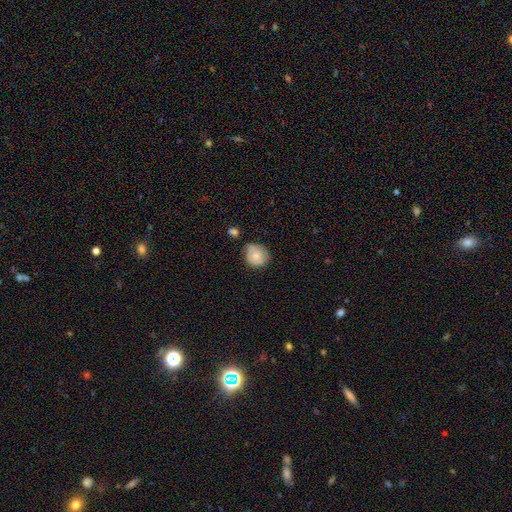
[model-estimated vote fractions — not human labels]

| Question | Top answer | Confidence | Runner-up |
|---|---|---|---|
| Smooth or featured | smooth | 78% | featured or disk (14%) |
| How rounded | round | 76% | in between (24%) |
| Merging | none | 60% | minor disturbance (29%) |